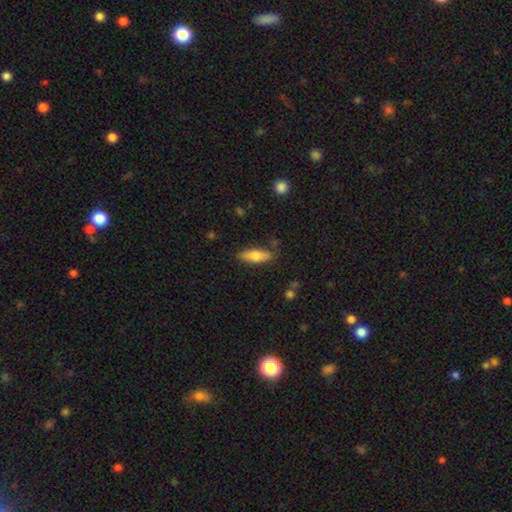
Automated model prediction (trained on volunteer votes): A smooth galaxy with no disk features (68%) that is in between round and cigar-shaped (52%). Merging: none (80%).